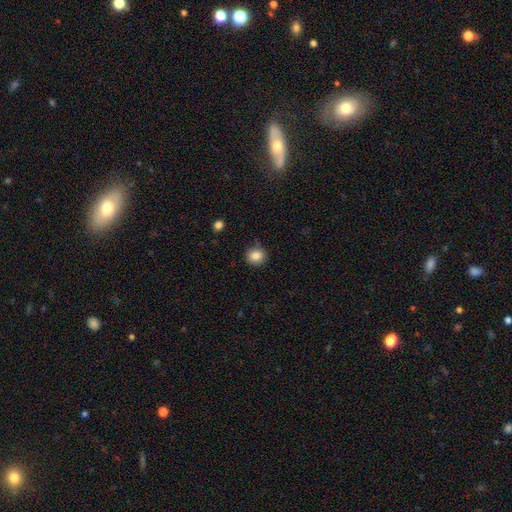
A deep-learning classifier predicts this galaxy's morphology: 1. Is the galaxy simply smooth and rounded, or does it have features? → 85% smooth, 10% star or artifact, 5% featured or disk.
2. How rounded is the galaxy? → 86% round, 13% in between, 1% cigar-shaped.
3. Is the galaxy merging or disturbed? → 81% none, 14% minor disturbance, 3% major disturbance, 2% merger.